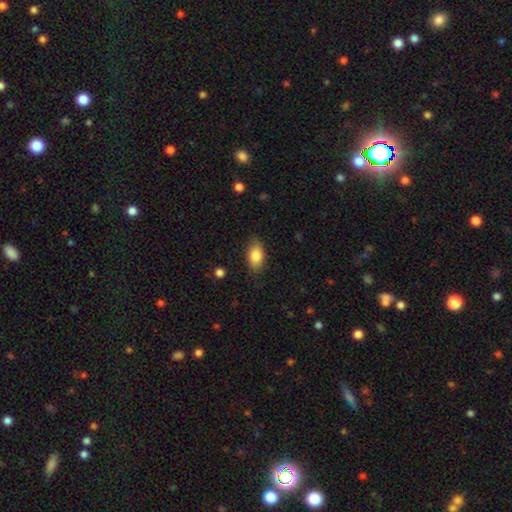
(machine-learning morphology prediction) Smooth or featured? smooth (85%)
How rounded? in between (91%)
Merging? none (84%)